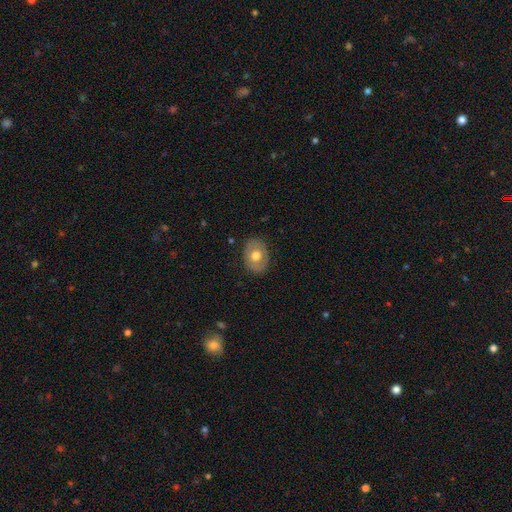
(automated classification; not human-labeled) smooth-or-featured: smooth: 54% | featured or disk: 40% | star or artifact: 6%
  how-rounded: in between: 61% | round: 38% | cigar-shaped: 1%
  merging: none: 84% | minor disturbance: 12% | major disturbance: 3% | merger: 1%